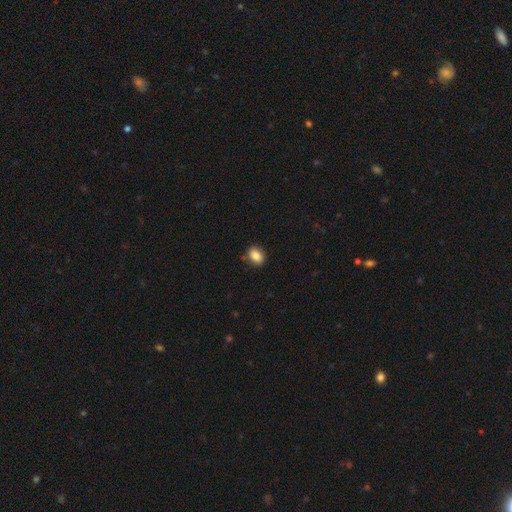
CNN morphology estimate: This appears to be a smooth galaxy with no disk features (86%) that is in between round and cigar-shaped (69%). Merging: none (84%).